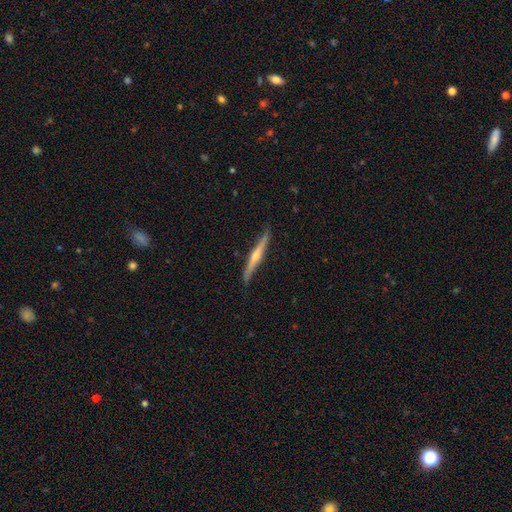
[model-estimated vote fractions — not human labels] smooth_or_featured: featured or disk (p=0.74) [alt: smooth p=0.21]
disk_edge_on: yes (p=0.96) [alt: no p=0.04]
edge_on_bulge: rounded (p=0.85) [alt: none p=0.12]
merging: none (p=0.84) [alt: minor disturbance p=0.13]